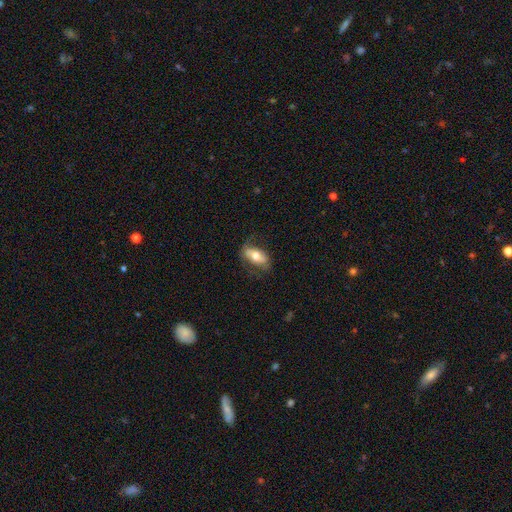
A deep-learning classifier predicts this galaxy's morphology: This is likely a smooth galaxy (61%). How rounded: clearly in between (88%). Merging: likely none (66%).